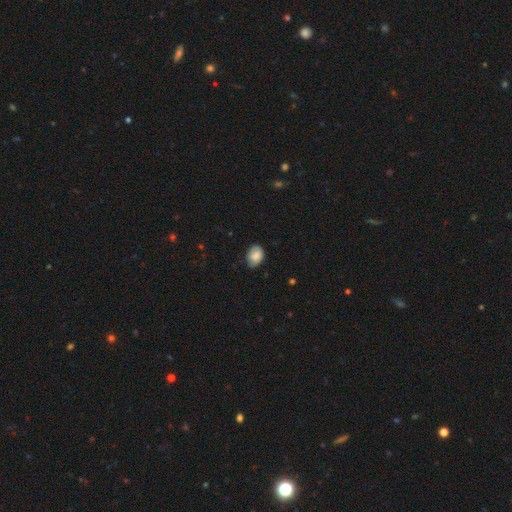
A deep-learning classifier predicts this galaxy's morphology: Smooth or featured?
  - smooth: 76% *
  - featured or disk: 16%
  - star or artifact: 8%
How rounded?
  - in between: 70% *
  - round: 29%
  - cigar-shaped: 1%
Merging?
  - none: 63% *
  - minor disturbance: 29%
  - major disturbance: 6%
  - merger: 1%